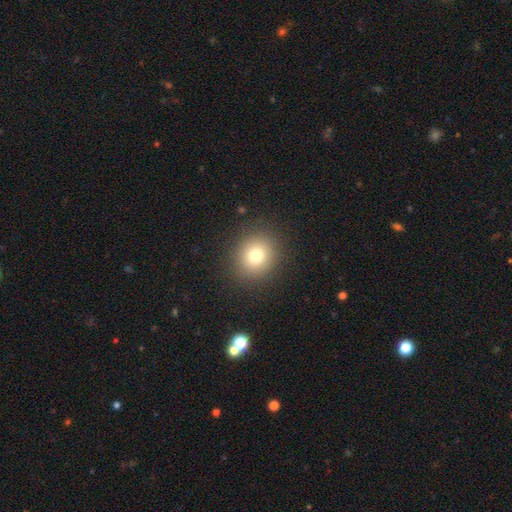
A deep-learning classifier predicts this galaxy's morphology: A smooth galaxy with no disk features (77%) that is round (83%). Merging: none (89%).